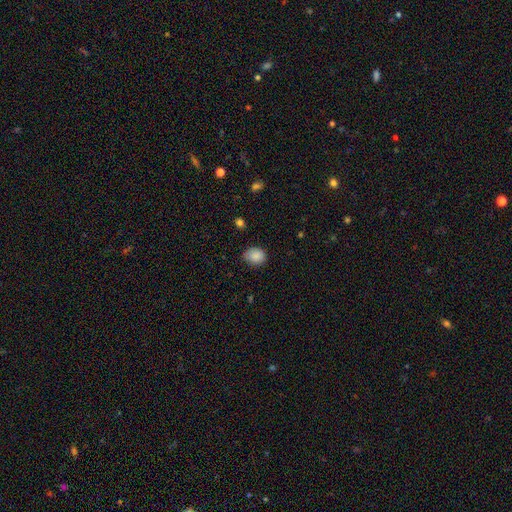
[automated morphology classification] Smooth or featured: smooth — 87% (star or artifact — 8%)
How rounded: in between — 52% (round — 47%)
Merging: none — 71% (minor disturbance — 24%)